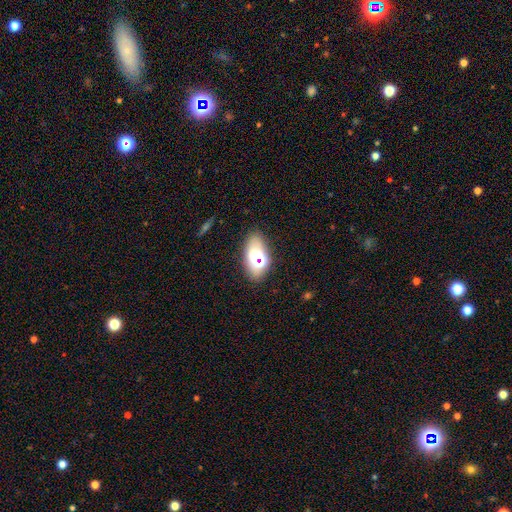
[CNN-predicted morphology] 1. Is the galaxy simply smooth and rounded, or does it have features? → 60% smooth, 25% featured or disk, 15% star or artifact.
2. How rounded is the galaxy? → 86% in between, 10% round, 4% cigar-shaped.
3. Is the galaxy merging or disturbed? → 80% none, 12% minor disturbance, 4% major disturbance, 4% merger.